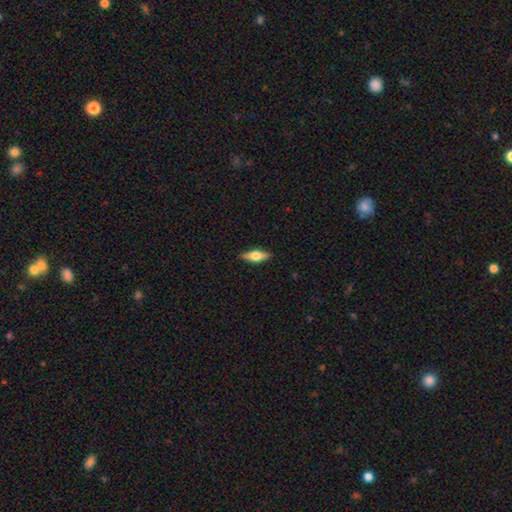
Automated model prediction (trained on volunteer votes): A smooth galaxy with no disk features (48%).

Vote fractions:
- Smooth or featured? smooth: 48% / featured or disk: 45% / star or artifact: 7%
- Merging? none: 88% / minor disturbance: 9% / major disturbance: 2% / merger: 1%